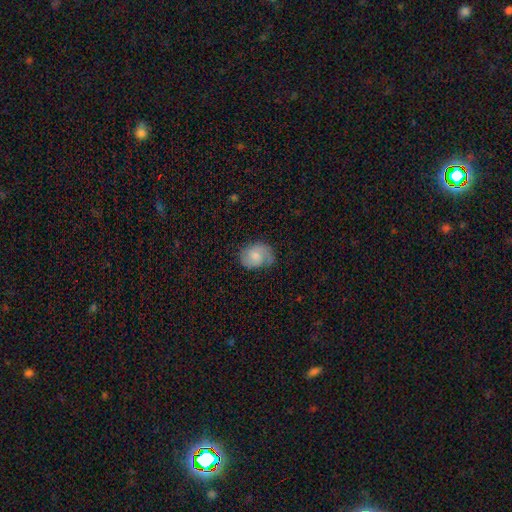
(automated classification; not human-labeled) The model was most divided on "smooth or featured": smooth: 54%, featured or disk: 38%, star or artifact: 8%. More confident: how rounded — in between (68%); merging — none (61%).